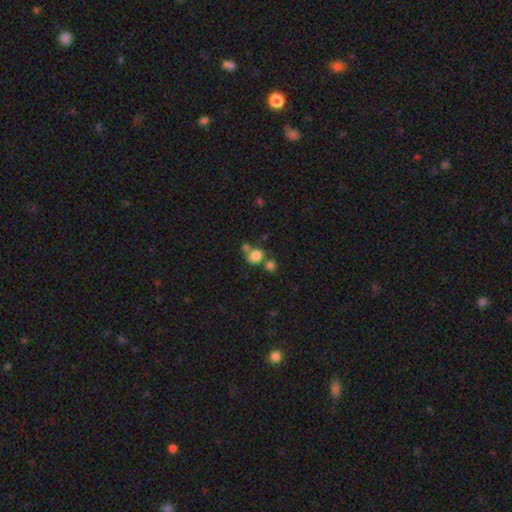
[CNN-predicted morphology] This is clearly a smooth galaxy (80%). How rounded: possibly round (59%). Merging: possibly none (47%).